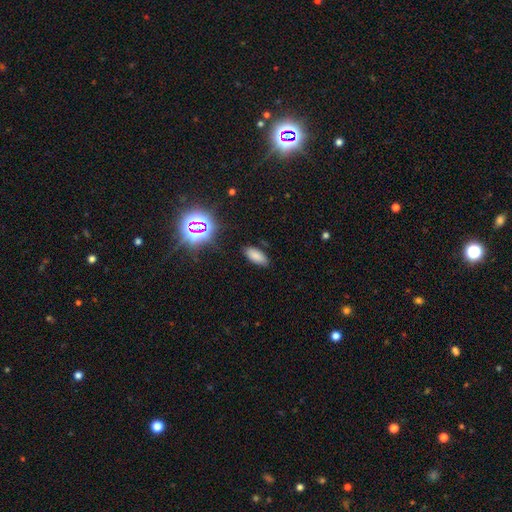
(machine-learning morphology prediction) smooth_or_featured: smooth (p=0.76) [alt: star or artifact p=0.18]
how_rounded: in between (p=0.87) [alt: cigar-shaped p=0.10]
merging: none (p=0.85) [alt: minor disturbance p=0.10]